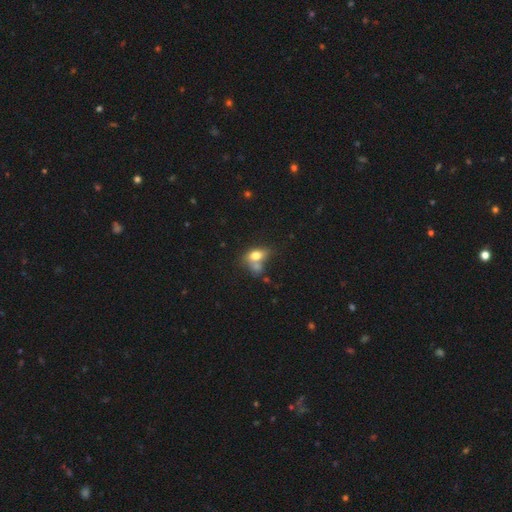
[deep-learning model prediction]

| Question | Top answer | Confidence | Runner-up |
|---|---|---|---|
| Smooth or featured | smooth | 74% | featured or disk (16%) |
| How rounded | in between | 76% | round (20%) |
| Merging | merger | 44% | none (32%) |